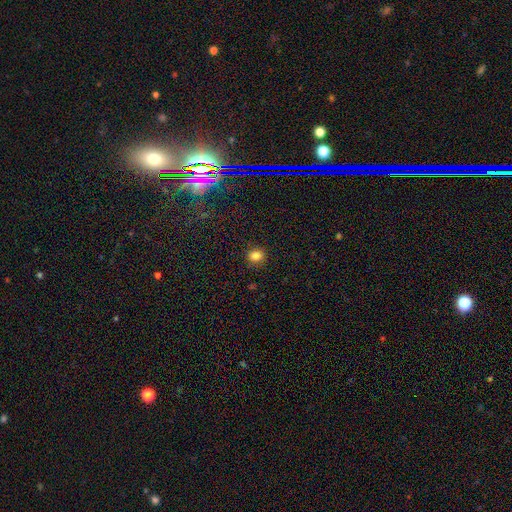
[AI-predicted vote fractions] smooth 83%, star or artifact 12%, featured or disk 5%. Down the decision tree: how rounded — round (78%); merging — none (90%).